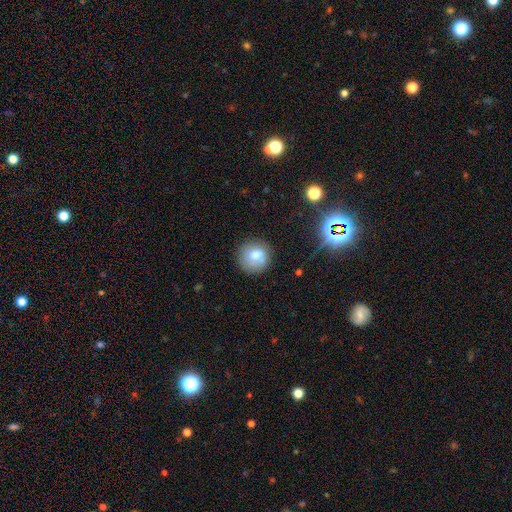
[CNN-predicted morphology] smooth 75%, featured or disk 14%, star or artifact 11%. Down the decision tree: how rounded — round (91%); merging — none (76%).